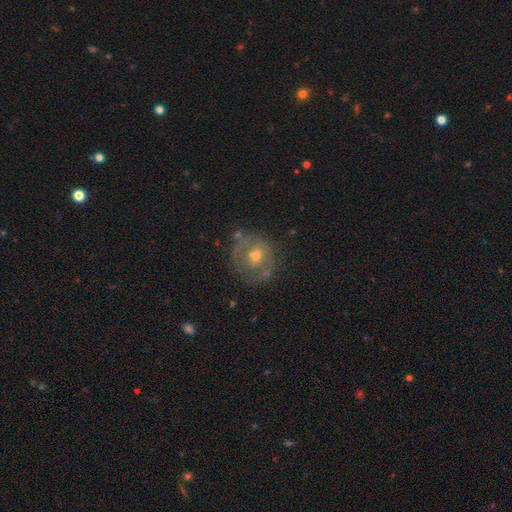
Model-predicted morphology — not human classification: A featured or disk galaxy (64%) with no bar (69%), spiral arms (57%) and a moderate central bulge (64%). Merging: none (71%).